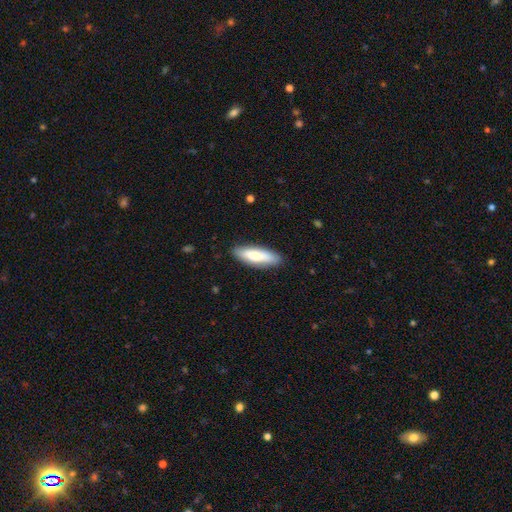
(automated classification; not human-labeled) A smooth galaxy with no disk features (71%) that is cigar-shaped (52%). Merging: none (88%).